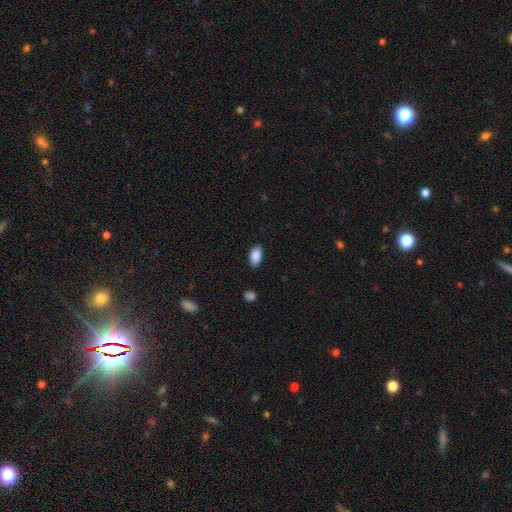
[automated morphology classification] Smooth or featured?
  - smooth: 89% *
  - star or artifact: 7%
  - featured or disk: 4%
How rounded?
  - in between: 93% *
  - round: 3%
  - cigar-shaped: 3%
Merging?
  - none: 86% *
  - minor disturbance: 11%
  - major disturbance: 2%
  - merger: 1%